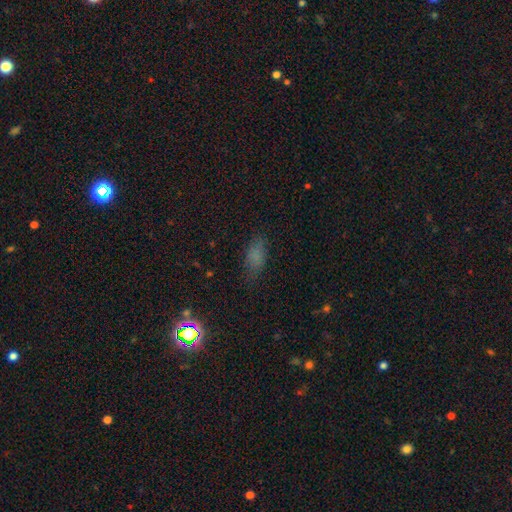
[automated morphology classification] Overall: smooth (72%). How rounded: in between (82%). Merging: none (72%).